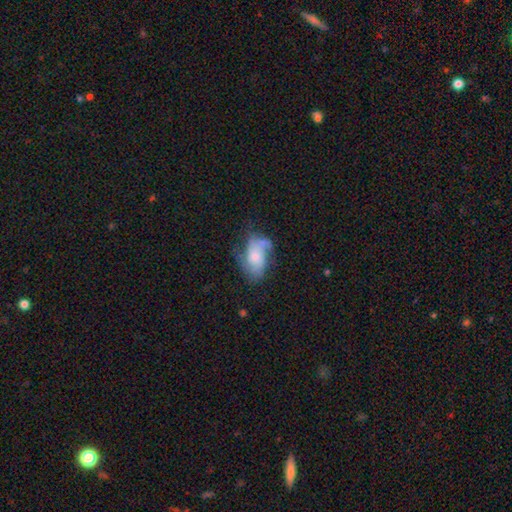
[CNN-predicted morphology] Smooth or featured?
  - featured or disk: 50% *
  - smooth: 42%
  - star or artifact: 8%
Edge-on disk?
  - no: 96% *
  - yes: 4%
Merging?
  - none: 40% *
  - minor disturbance: 29%
  - major disturbance: 23%
  - merger: 8%